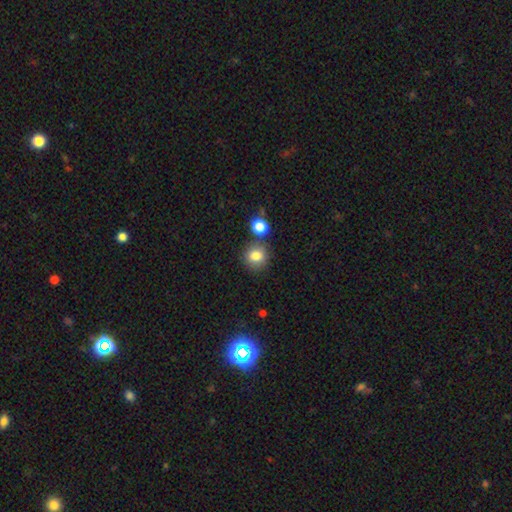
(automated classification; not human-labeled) smooth_or_featured: smooth (p=0.81) [alt: star or artifact p=0.12]
how_rounded: round (p=0.87) [alt: in between p=0.12]
merging: none (p=0.75) [alt: merger p=0.12]